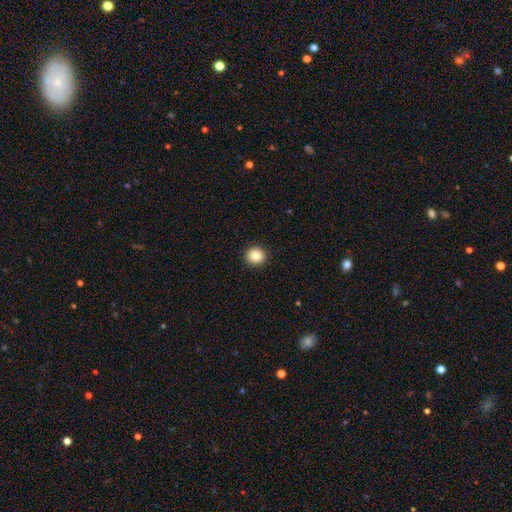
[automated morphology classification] type=smooth (84%); roundness=round (94%); merging=none (93%).